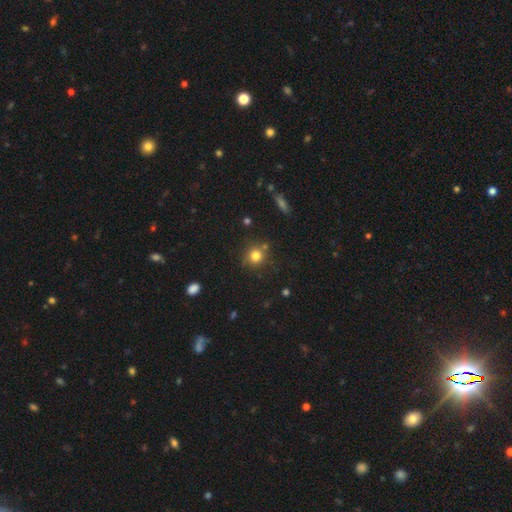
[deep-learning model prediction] This is likely a smooth galaxy (80%). How rounded: clearly round (89%). Merging: likely none (76%).